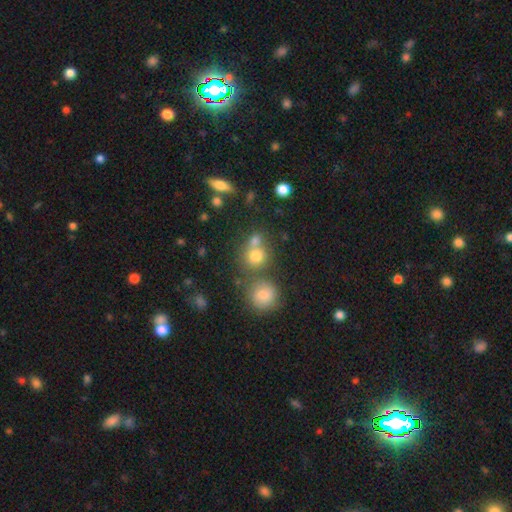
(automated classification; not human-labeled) smooth 75%, star or artifact 15%, featured or disk 10%. Down the decision tree: how rounded — round (83%); merging — none (52%).